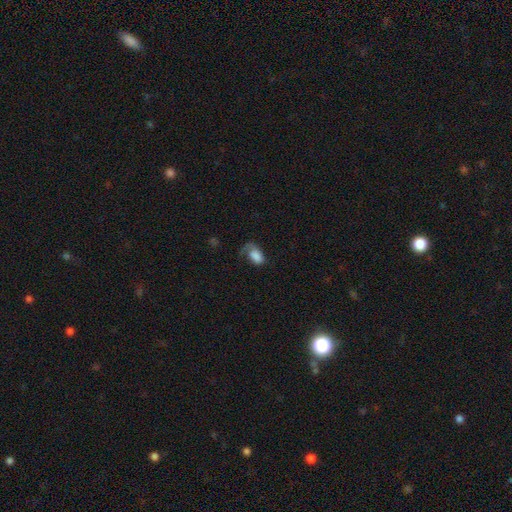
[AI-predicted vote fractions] Q: Smooth or featured?
A: smooth (70%); runner-up: featured or disk (20%)
Q: How rounded?
A: in between (88%); runner-up: round (11%)
Q: Merging?
A: major disturbance (42%); runner-up: none (31%)